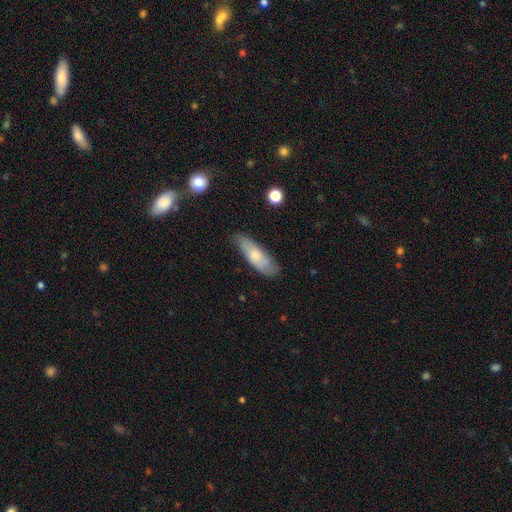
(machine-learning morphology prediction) Q: Smooth or featured?
A: smooth (61%); runner-up: featured or disk (33%)
Q: How rounded?
A: in between (57%); runner-up: cigar-shaped (41%)
Q: Merging?
A: none (76%); runner-up: minor disturbance (19%)